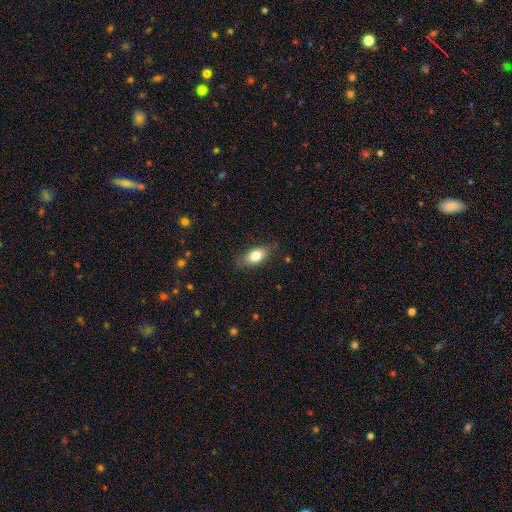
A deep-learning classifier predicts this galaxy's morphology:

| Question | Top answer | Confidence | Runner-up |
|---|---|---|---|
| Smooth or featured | smooth | 80% | featured or disk (12%) |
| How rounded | in between | 86% | round (9%) |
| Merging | none | 79% | minor disturbance (16%) |